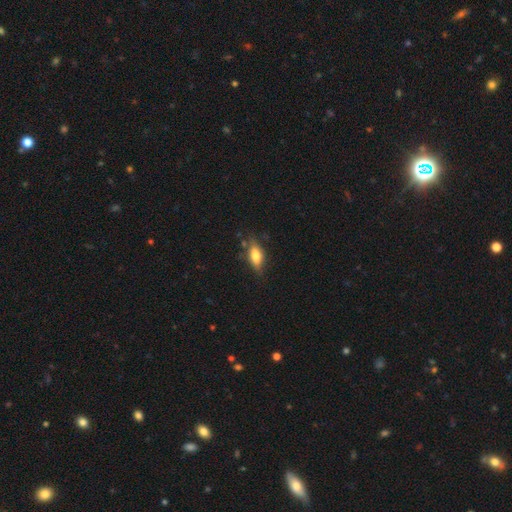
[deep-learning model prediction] A smooth galaxy with no disk features (65%) that is in between round and cigar-shaped (73%). Merging: none (71%).